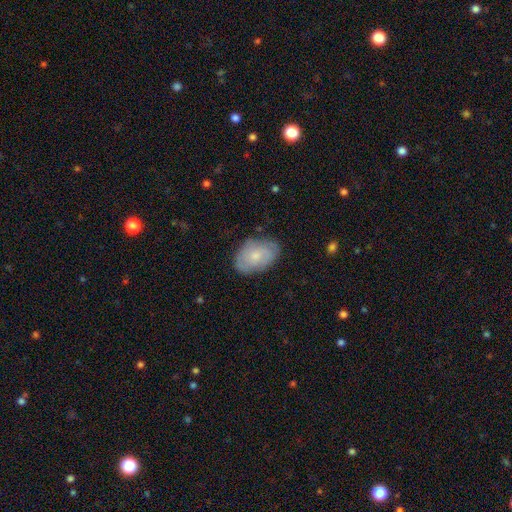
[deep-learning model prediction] Smooth or featured: smooth — 63% (featured or disk — 31%)
How rounded: in between — 88% (round — 11%)
Merging: none — 75% (minor disturbance — 20%)